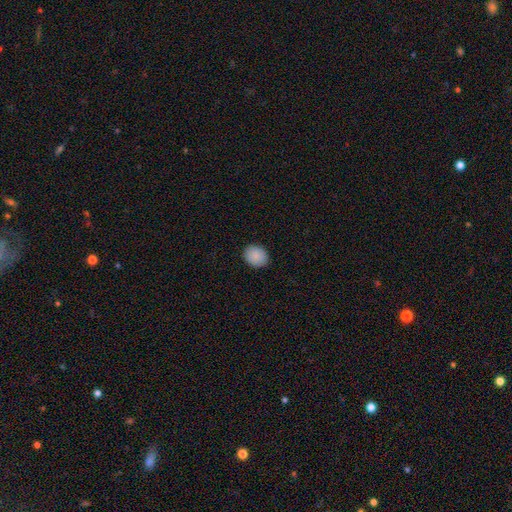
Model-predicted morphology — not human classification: A smooth galaxy with no disk features (89%) that is round (58%).

Vote fractions:
- Smooth or featured? smooth: 89% / star or artifact: 7% / featured or disk: 4%
- How rounded? round: 58% / in between: 41% / cigar-shaped: 1%
- Merging? none: 90% / minor disturbance: 8% / major disturbance: 2% / merger: 1%